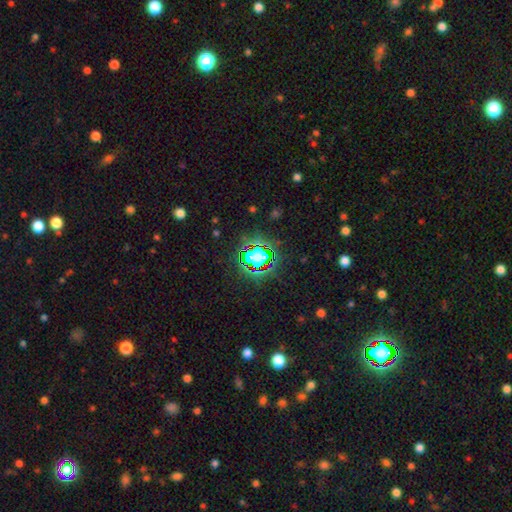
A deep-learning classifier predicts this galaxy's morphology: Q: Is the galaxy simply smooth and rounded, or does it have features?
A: star or artifact — 66%.